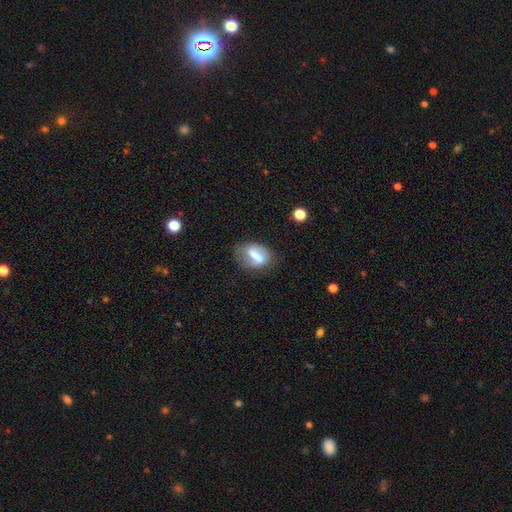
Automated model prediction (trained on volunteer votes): A smooth galaxy with no disk features (47%). Merging: none (64%).